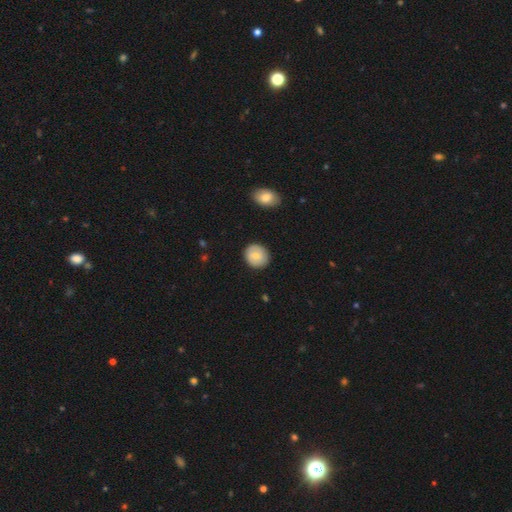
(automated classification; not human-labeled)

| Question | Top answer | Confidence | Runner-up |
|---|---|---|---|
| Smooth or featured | smooth | 73% | featured or disk (21%) |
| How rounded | round | 82% | in between (17%) |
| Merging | none | 87% | minor disturbance (10%) |